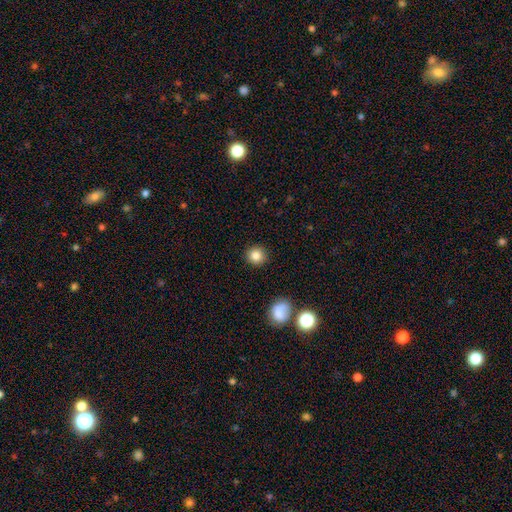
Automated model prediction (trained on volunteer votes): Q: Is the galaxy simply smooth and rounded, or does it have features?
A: smooth — 83%.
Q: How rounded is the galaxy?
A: round — 91%.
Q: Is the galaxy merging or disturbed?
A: none — 91%.